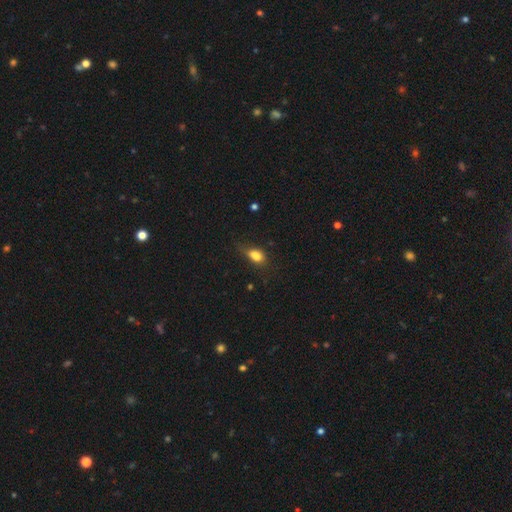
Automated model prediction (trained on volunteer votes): The model was most divided on "merging": none: 47%, minor disturbance: 33%, major disturbance: 15%, merger: 4%. More confident: smooth or featured — smooth (81%); how rounded — in between (80%).